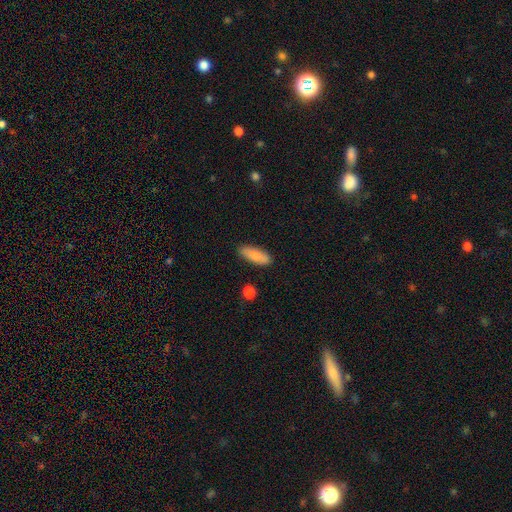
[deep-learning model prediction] Overall: smooth (87%). How rounded: in between (68%; cigar-shaped 30%). Merging: none (84%).